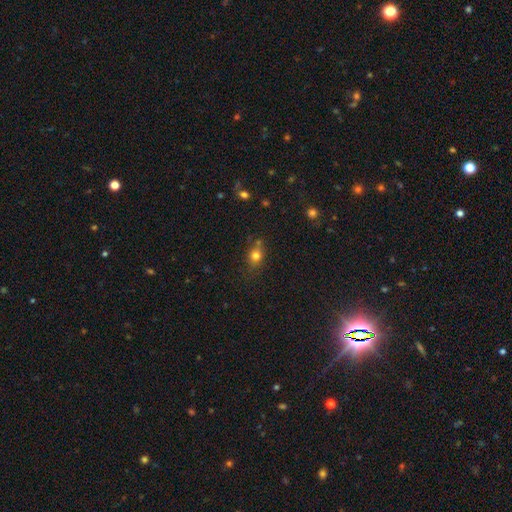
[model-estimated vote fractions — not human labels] Morphology: type=smooth (78%); roundness=round (60%); merging=none (66%).